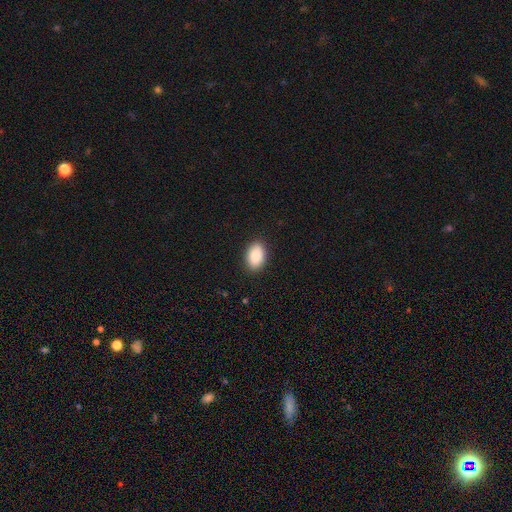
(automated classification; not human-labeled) The model was most divided on "merging": none: 89%, minor disturbance: 8%, major disturbance: 2%, merger: 1%. More confident: how rounded — in between (91%); smooth or featured — smooth (90%).